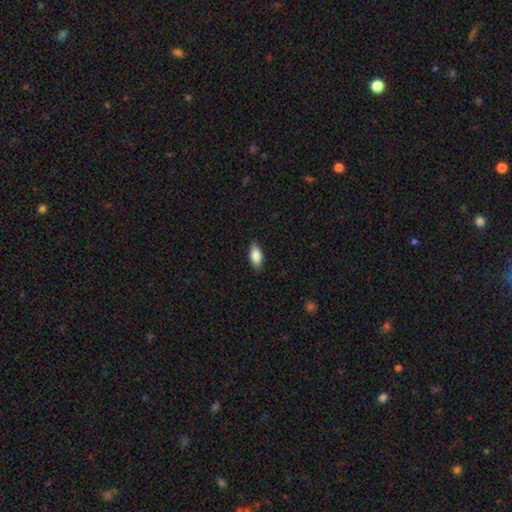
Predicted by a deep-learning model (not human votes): A smooth galaxy with no disk features (86%) that is in between round and cigar-shaped (89%).

Vote fractions:
- Smooth or featured? smooth: 86% / featured or disk: 8% / star or artifact: 6%
- How rounded? in between: 89% / cigar-shaped: 9% / round: 3%
- Merging? none: 88% / minor disturbance: 9% / major disturbance: 2% / merger: 1%